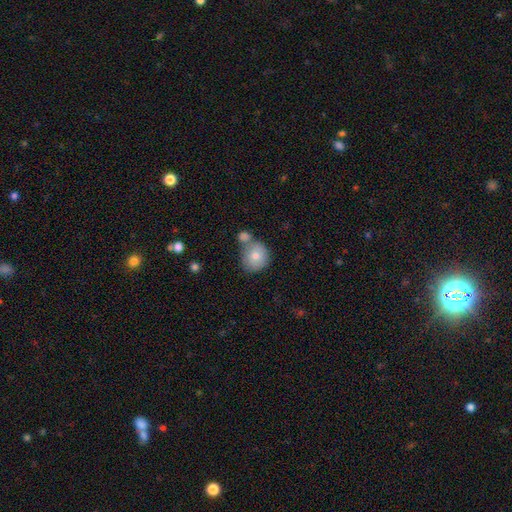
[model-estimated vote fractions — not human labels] A smooth galaxy with no disk features (79%) that is round (83%). Merging: none (48%).